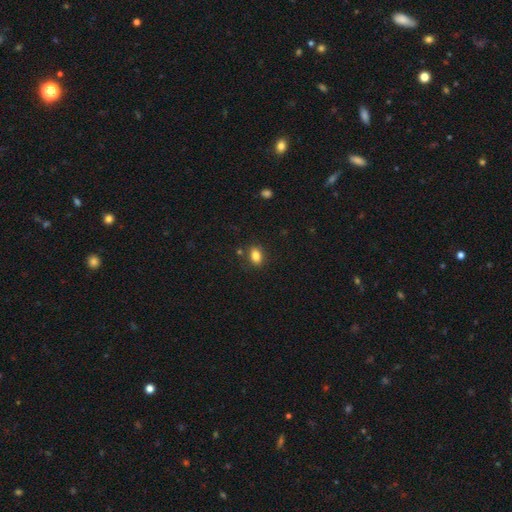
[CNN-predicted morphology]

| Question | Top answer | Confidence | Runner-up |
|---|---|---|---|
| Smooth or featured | smooth | 84% | star or artifact (10%) |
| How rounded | in between | 80% | round (18%) |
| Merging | none | 84% | minor disturbance (10%) |